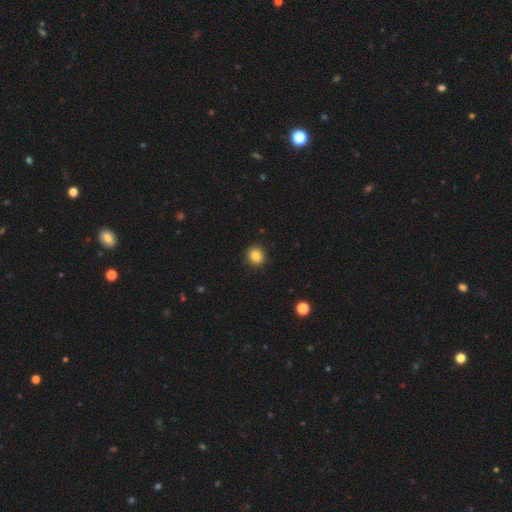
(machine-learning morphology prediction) This appears to be a smooth galaxy with no disk features (84%) that is round (82%). Merging: none (91%).